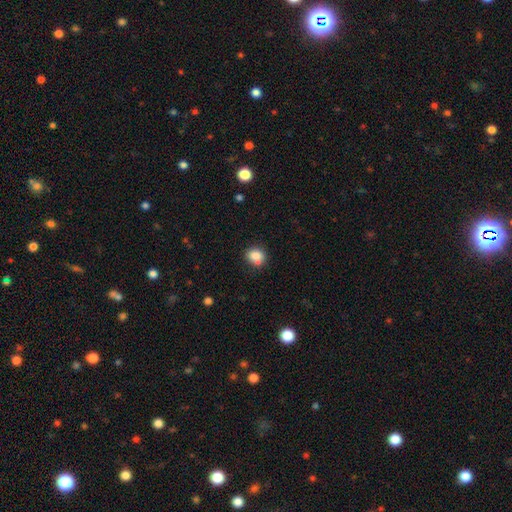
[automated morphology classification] smooth 81%, star or artifact 10%, featured or disk 9%. Down the decision tree: how rounded — round (73%); merging — none (65%).